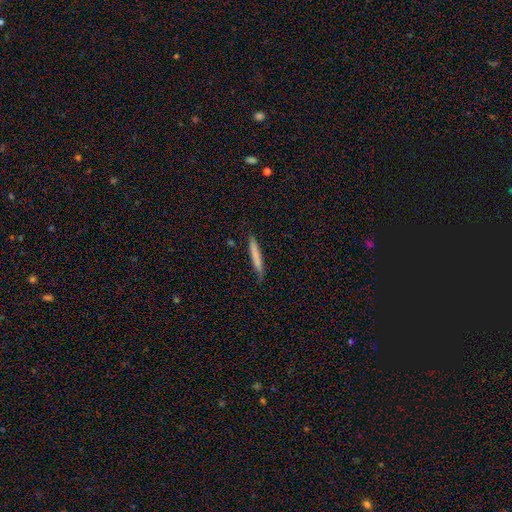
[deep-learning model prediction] Morphology: type=smooth (72%); roundness=cigar-shaped (96%); merging=none (81%).